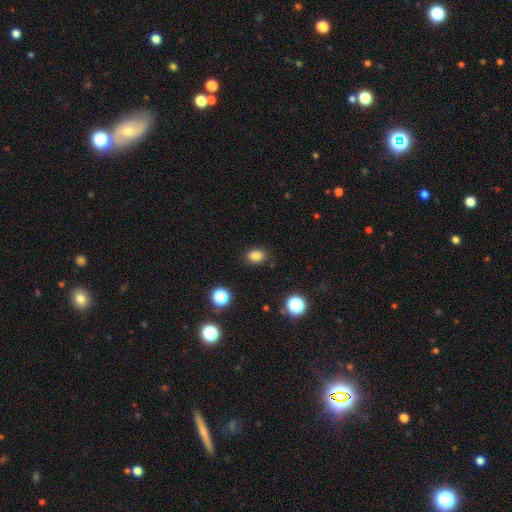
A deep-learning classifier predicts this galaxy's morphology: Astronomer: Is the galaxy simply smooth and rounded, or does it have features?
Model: smooth — 83%.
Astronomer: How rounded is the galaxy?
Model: in between — 71%.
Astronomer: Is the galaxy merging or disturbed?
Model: none — 86%.